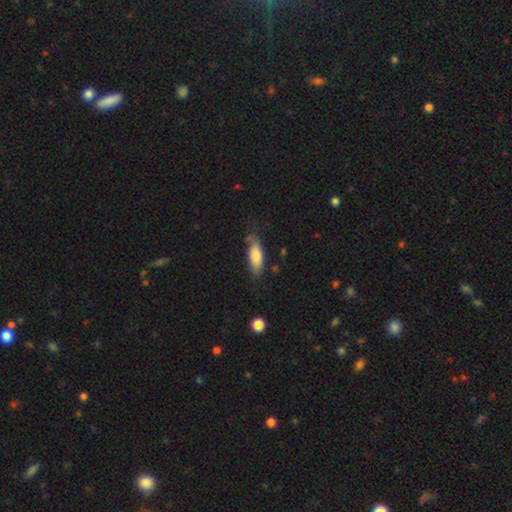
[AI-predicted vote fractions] This is likely a smooth galaxy (79%). How rounded: likely in between (72%). Merging: likely none (61%).